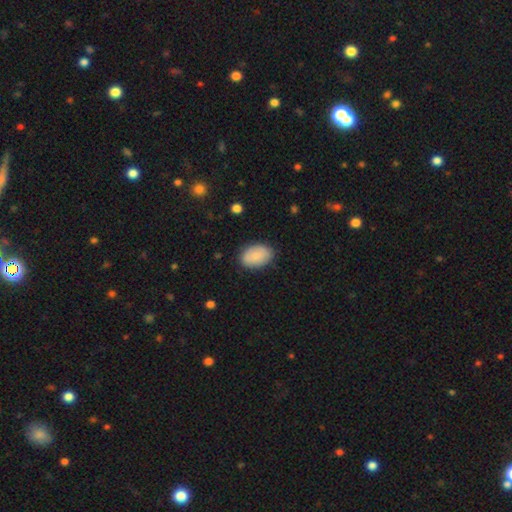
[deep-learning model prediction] smooth 82%, featured or disk 11%, star or artifact 6%. Down the decision tree: how rounded — in between (88%); merging — none (83%).